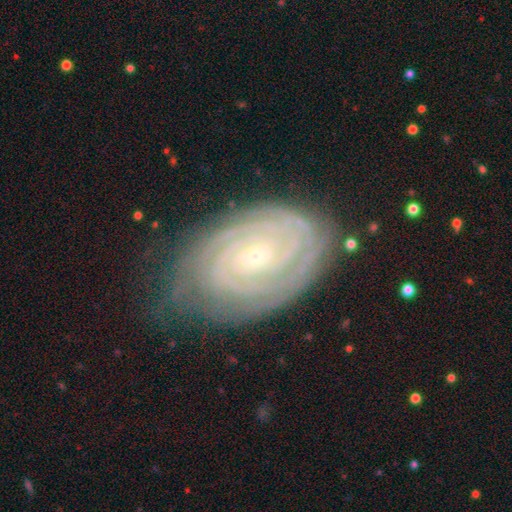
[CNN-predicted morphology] A featured or disk galaxy (88%) with no bar (59%), 2 (35%) tight (87%) spiral arms (98%) and a small central bulge (75%). Merging: none (74%).